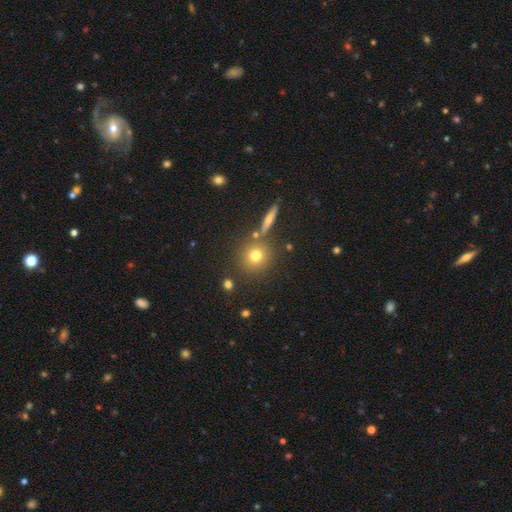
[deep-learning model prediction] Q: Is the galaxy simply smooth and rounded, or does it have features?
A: smooth — 73%.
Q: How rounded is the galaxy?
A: round — 90%.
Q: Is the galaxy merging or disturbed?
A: none — 79%.